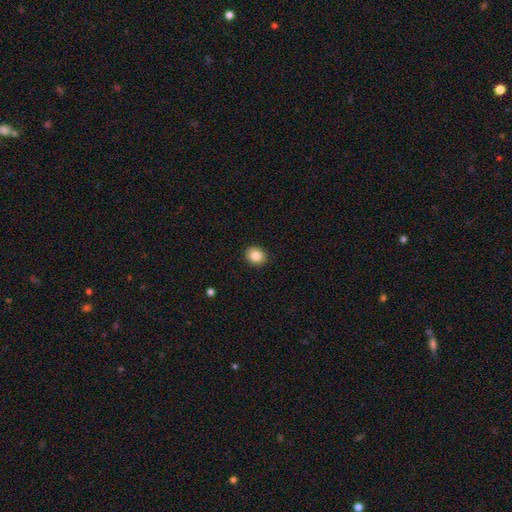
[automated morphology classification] smooth 85%, star or artifact 9%, featured or disk 6%. Down the decision tree: how rounded — round (64%); merging — none (91%).